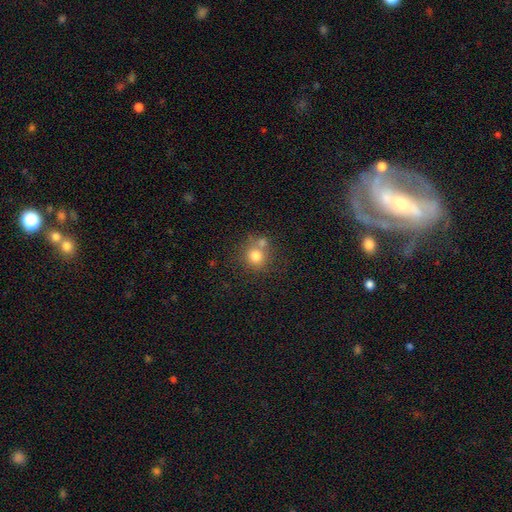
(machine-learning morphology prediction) This is likely a smooth galaxy (77%). How rounded: clearly round (88%). Merging: possibly none (57%).